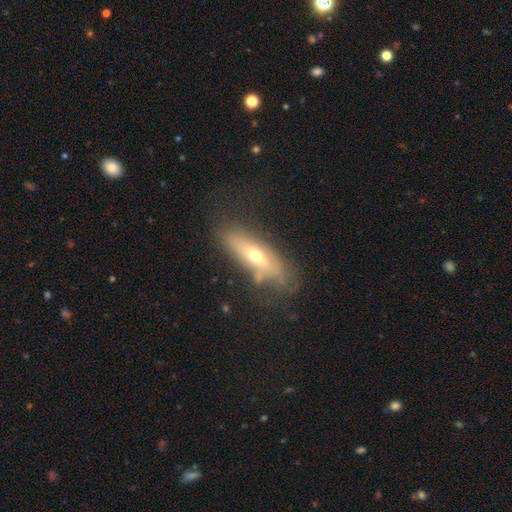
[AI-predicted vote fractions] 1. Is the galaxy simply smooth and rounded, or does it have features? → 49% featured or disk, 43% smooth, 8% star or artifact.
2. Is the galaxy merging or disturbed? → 61% none, 23% minor disturbance, 12% major disturbance, 4% merger.